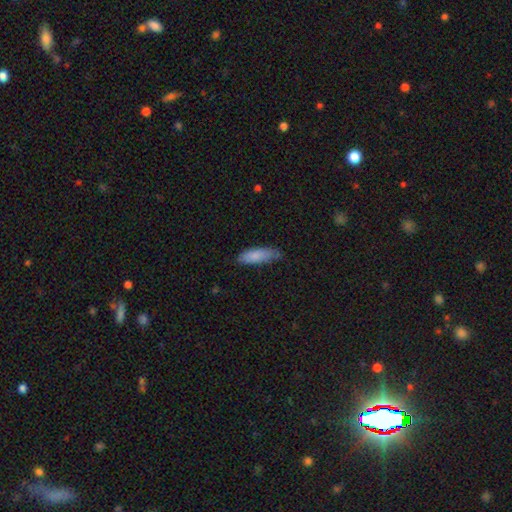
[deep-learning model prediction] A smooth galaxy with no disk features (85%) that is in between round and cigar-shaped (52%). Merging: none (70%).